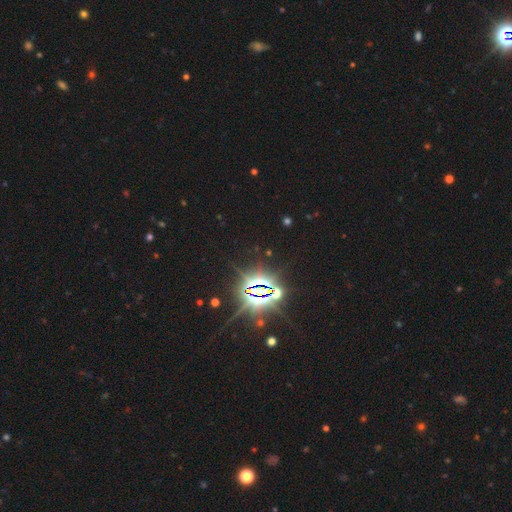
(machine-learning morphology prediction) A star or artifact, not a galaxy (87%).